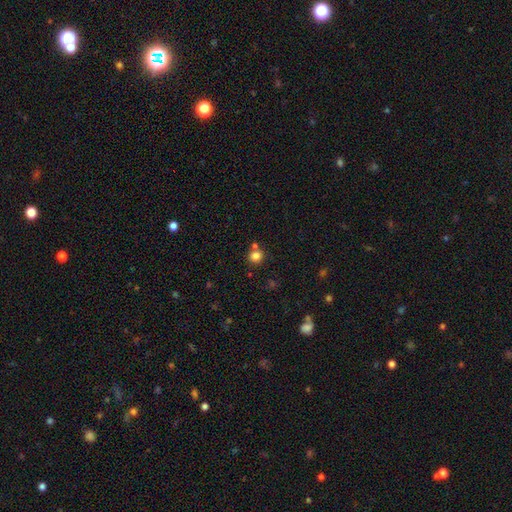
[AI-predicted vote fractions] smooth-or-featured: smooth: 81% | star or artifact: 13% | featured or disk: 6%
  how-rounded: round: 89% | in between: 10% | cigar-shaped: 1%
  merging: none: 71% | merger: 17% | minor disturbance: 9% | major disturbance: 3%